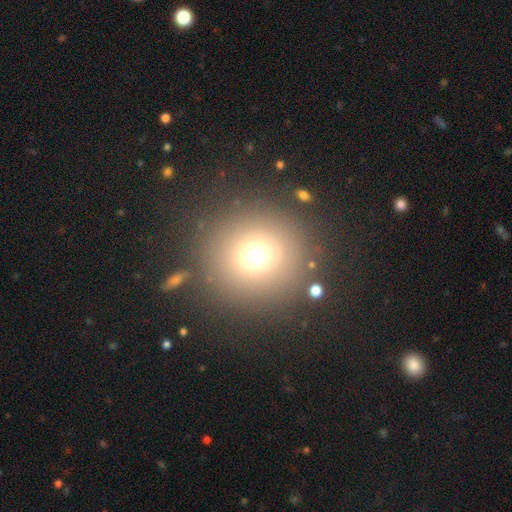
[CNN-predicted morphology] A smooth galaxy with no disk features (71%) that is round (94%).

Vote fractions:
- Smooth or featured? smooth: 71% / star or artifact: 19% / featured or disk: 10%
- How rounded? round: 94% / in between: 5% / cigar-shaped: 1%
- Merging? none: 84% / minor disturbance: 7% / merger: 4% / major disturbance: 4%